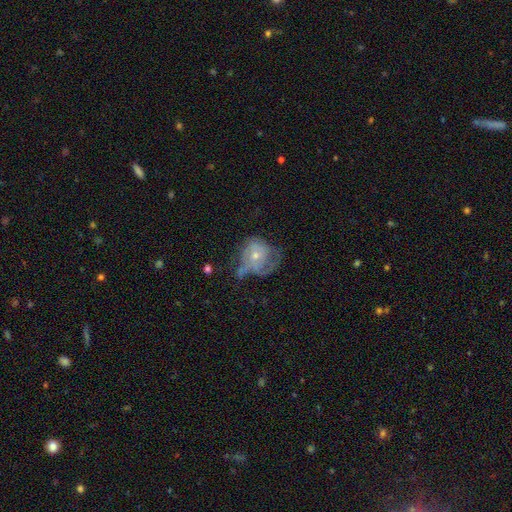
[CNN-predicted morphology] smooth-or-featured: featured or disk: 65% | smooth: 27% | star or artifact: 8%
  disk-edge-on: no: 97% | yes: 3%
    bar: no: 79% | weak: 18% | strong: 3%
    has-spiral-arms: yes: 73% | no: 27%
    bulge-size: small: 53% | moderate: 42% | none: 2% | large: 2% | dominant: 1%
  merging: major disturbance: 35% | none: 34% | minor disturbance: 26% | merger: 5%